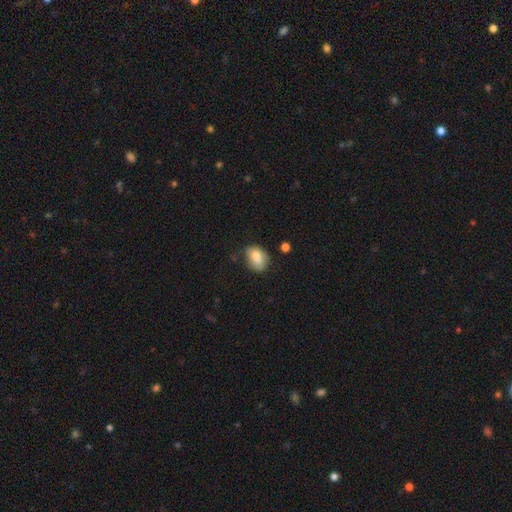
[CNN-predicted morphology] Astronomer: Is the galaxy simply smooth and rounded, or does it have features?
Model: smooth — 76%.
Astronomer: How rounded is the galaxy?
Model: in between — 79%.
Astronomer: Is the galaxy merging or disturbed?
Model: none — 60%.